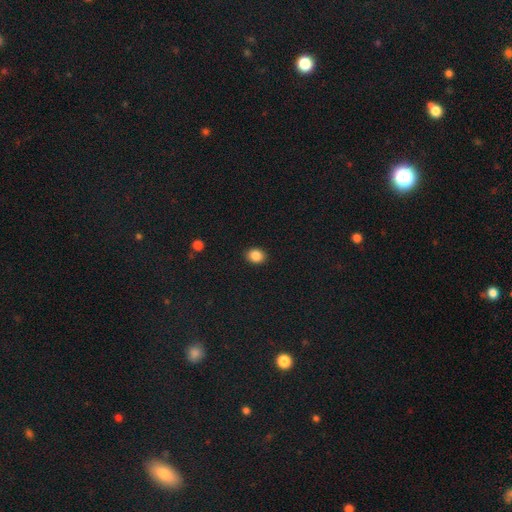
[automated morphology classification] Smooth or featured? Predicted: smooth (p=0.86). How rounded? Predicted: round (p=0.52). Merging? Predicted: none (p=0.91).